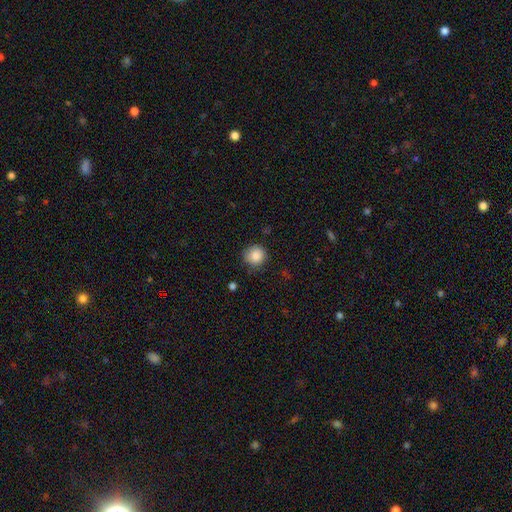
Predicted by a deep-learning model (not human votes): smooth-or-featured: smooth: 87% | star or artifact: 9% | featured or disk: 4%
  how-rounded: round: 92% | in between: 7% | cigar-shaped: 1%
  merging: none: 82% | minor disturbance: 13% | major disturbance: 3% | merger: 1%